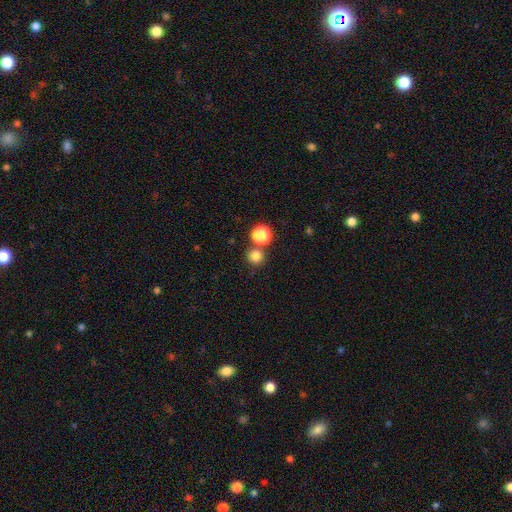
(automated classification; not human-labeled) Smooth or featured?
  - smooth: 81% *
  - star or artifact: 14%
  - featured or disk: 5%
How rounded?
  - round: 93% *
  - in between: 6%
  - cigar-shaped: 1%
Merging?
  - none: 72% *
  - merger: 19%
  - minor disturbance: 6%
  - major disturbance: 3%